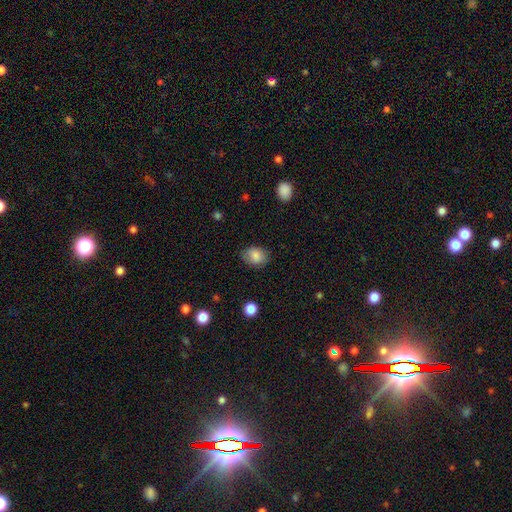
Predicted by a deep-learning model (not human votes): Smooth or featured?
  - smooth: 83% *
  - featured or disk: 9%
  - star or artifact: 8%
How rounded?
  - in between: 61% *
  - round: 38%
  - cigar-shaped: 1%
Merging?
  - none: 77% *
  - minor disturbance: 18%
  - major disturbance: 4%
  - merger: 1%